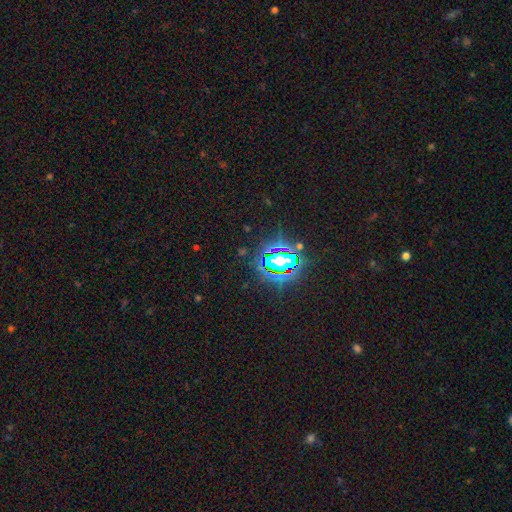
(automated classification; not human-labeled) This appears to be a star or artifact, not a galaxy (83%).